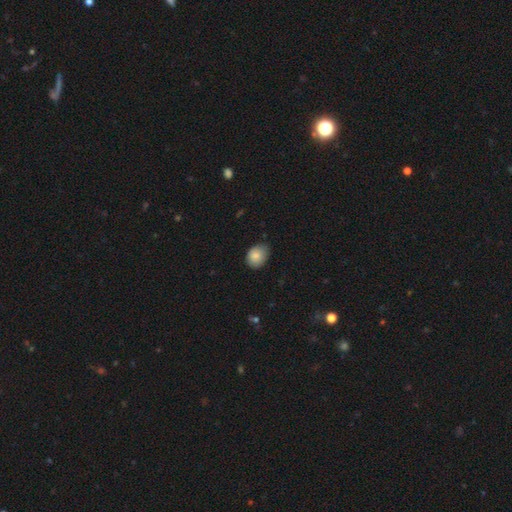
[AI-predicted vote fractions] Smooth or featured? Predicted: smooth (p=0.85). How rounded? Predicted: in between (p=0.62). Merging? Predicted: none (p=0.69).